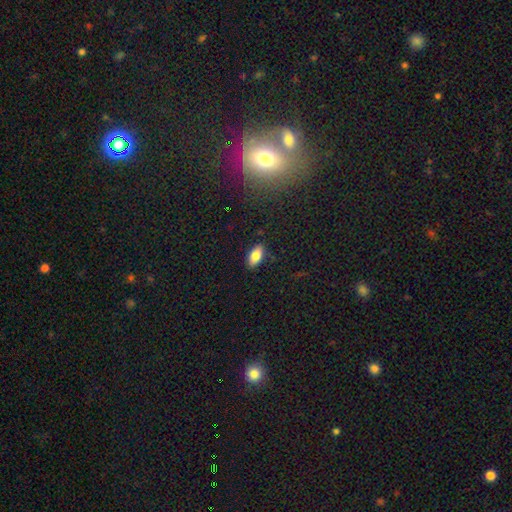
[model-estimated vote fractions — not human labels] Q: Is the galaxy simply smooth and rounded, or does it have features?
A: smooth — 81%.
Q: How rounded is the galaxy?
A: in between — 90%.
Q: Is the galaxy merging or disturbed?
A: none — 87%.